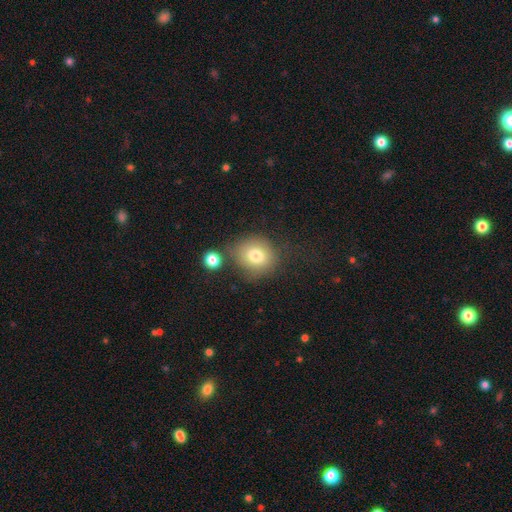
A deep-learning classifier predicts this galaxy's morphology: smooth-or-featured: smooth: 78% | featured or disk: 12% | star or artifact: 11%
  how-rounded: round: 82% | in between: 17% | cigar-shaped: 1%
  merging: none: 66% | minor disturbance: 16% | merger: 11% | major disturbance: 7%